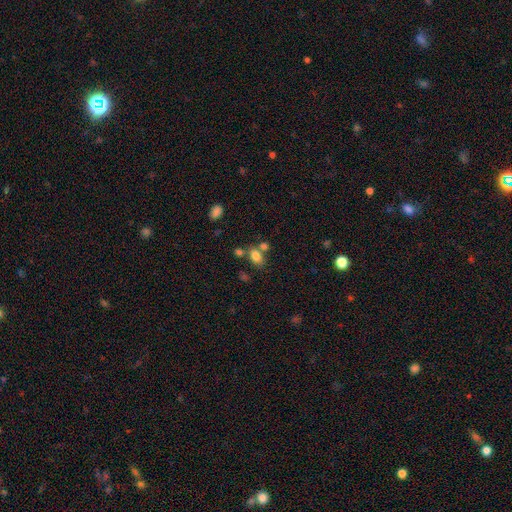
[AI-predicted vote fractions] Morphology: type=smooth (80%); roundness=in between (82%); merging=none (54%).